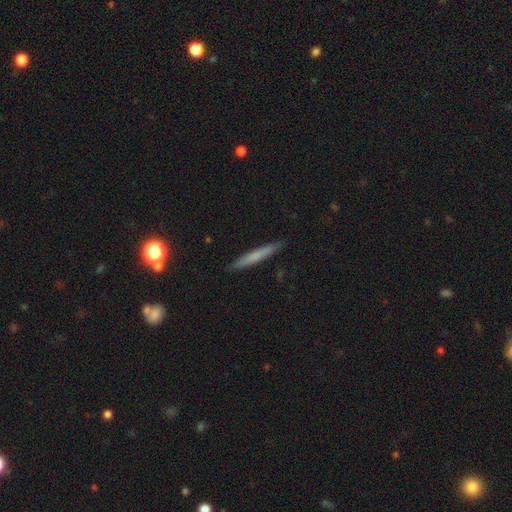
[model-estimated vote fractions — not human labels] The model was most divided on "smooth or featured": smooth: 62%, featured or disk: 31%, star or artifact: 7%. More confident: how rounded — cigar-shaped (96%); merging — none (90%).